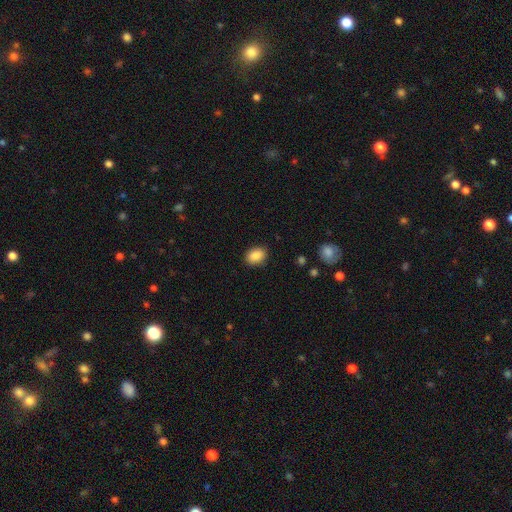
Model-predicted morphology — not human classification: This appears to be a smooth galaxy with no disk features (88%) that is in between round and cigar-shaped (74%). Merging: none (88%).